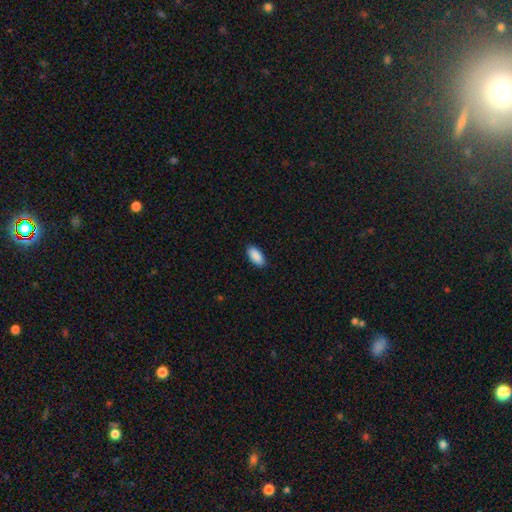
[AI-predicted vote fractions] Smooth or featured? Predicted: smooth (p=0.91). How rounded? Predicted: in between (p=0.90). Merging? Predicted: none (p=0.90).